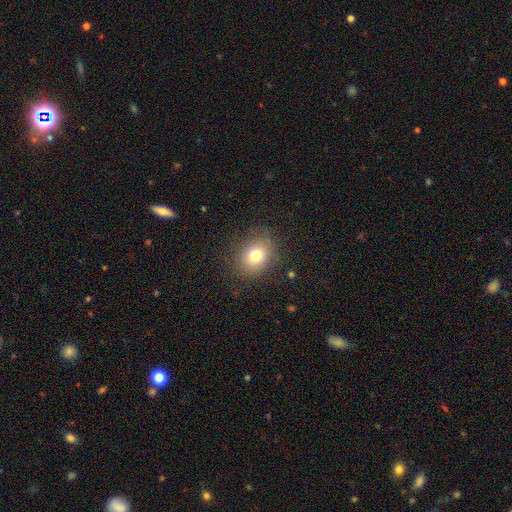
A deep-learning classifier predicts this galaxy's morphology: Overall: smooth (77%). How rounded: round (52%; in between 47%). Merging: none (83%).